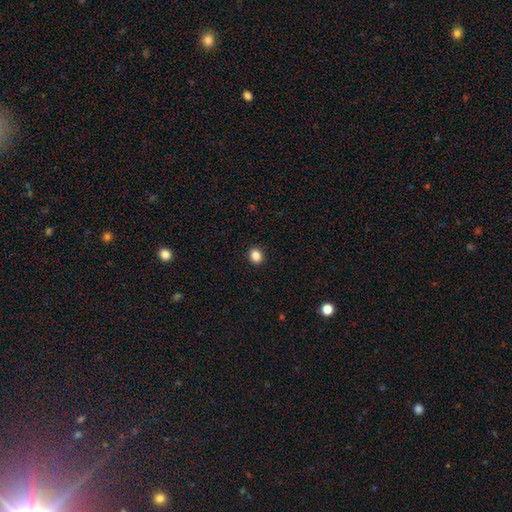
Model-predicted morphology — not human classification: Smooth or featured: smooth — 85% (star or artifact — 11%)
How rounded: round — 73% (in between — 26%)
Merging: none — 93% (minor disturbance — 5%)